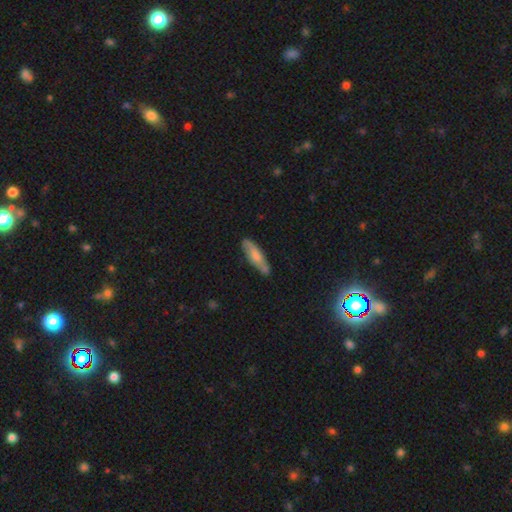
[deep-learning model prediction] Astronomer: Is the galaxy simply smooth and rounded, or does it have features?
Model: smooth — 62%.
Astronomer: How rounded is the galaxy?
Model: cigar-shaped — 58% (runner-up: in between, 40%).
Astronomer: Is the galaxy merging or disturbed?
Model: none — 72%.